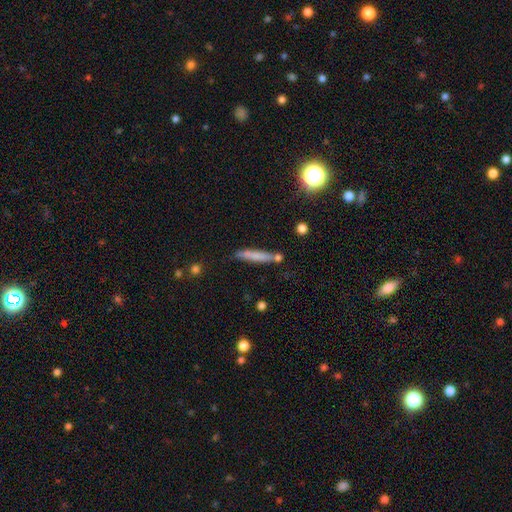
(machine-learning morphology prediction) smooth 68%, featured or disk 25%, star or artifact 7%. Down the decision tree: how rounded — cigar-shaped (91%); merging — none (71%).